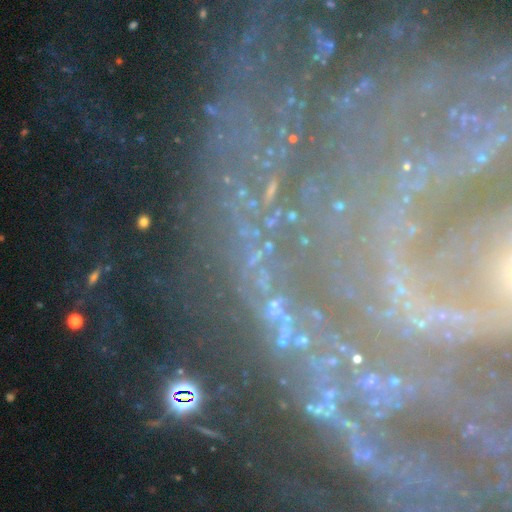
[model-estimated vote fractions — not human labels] Smooth or featured? Predicted: star or artifact (p=0.59).